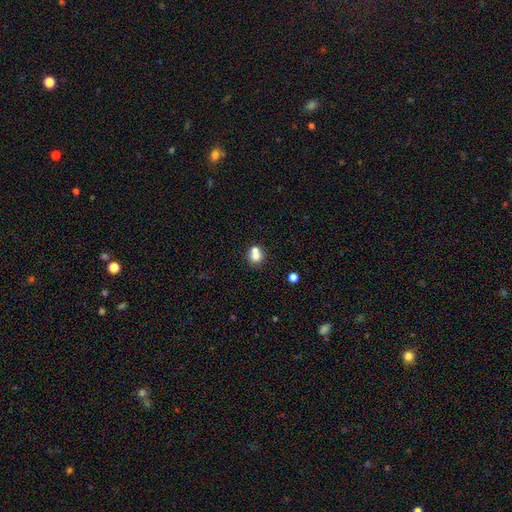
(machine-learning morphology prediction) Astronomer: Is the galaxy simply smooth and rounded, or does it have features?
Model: smooth — 72%.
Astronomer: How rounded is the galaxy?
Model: round — 78%.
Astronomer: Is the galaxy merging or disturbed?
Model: merger — 51% (runner-up: none, 38%).